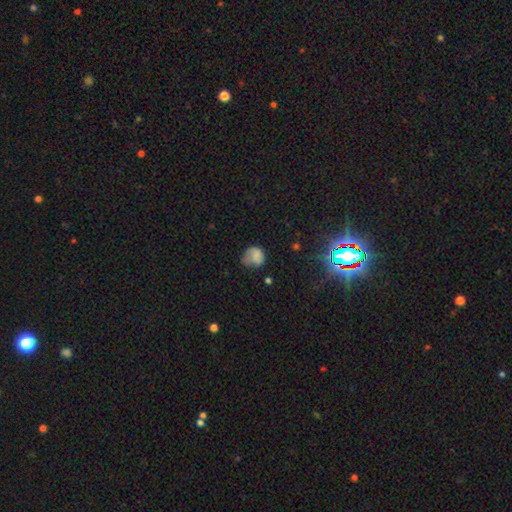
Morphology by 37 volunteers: A smooth galaxy with no disk features (78%) that is round (69%). Merging: minor disturbance (46%).